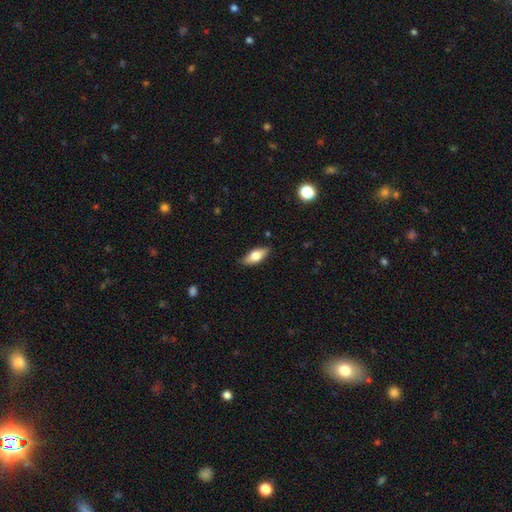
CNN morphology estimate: The model was most divided on "smooth or featured": smooth: 69%, featured or disk: 25%, star or artifact: 6%. More confident: merging — none (86%); how rounded — in between (79%).